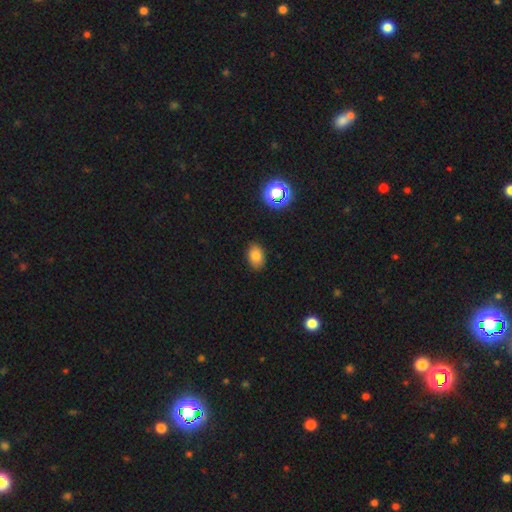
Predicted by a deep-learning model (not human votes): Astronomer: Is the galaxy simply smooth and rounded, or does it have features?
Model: smooth — 81%.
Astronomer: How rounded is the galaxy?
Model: in between — 81%.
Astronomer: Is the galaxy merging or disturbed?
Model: none — 87%.